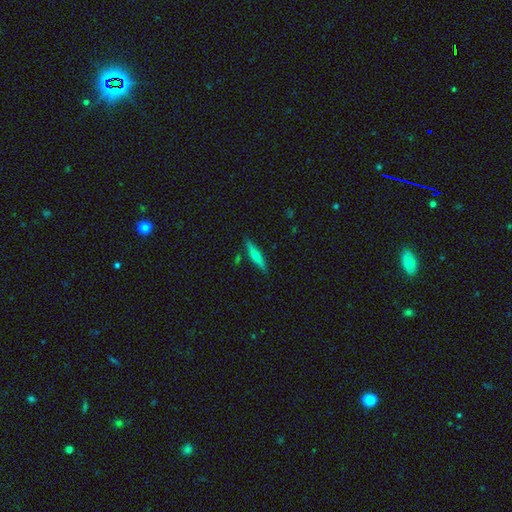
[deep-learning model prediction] smooth_or_featured: smooth (p=0.56) [alt: featured or disk p=0.38]
how_rounded: cigar-shaped (p=0.88) [alt: in between p=0.10]
merging: none (p=0.86) [alt: minor disturbance p=0.09]